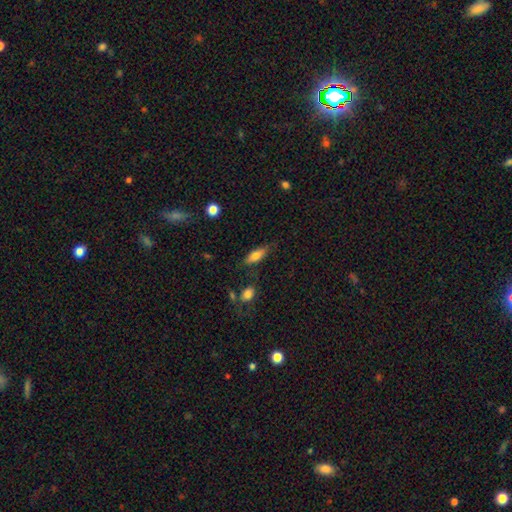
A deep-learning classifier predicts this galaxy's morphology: Smooth or featured? smooth (74%)
How rounded? in between (63%)
Merging? none (74%)